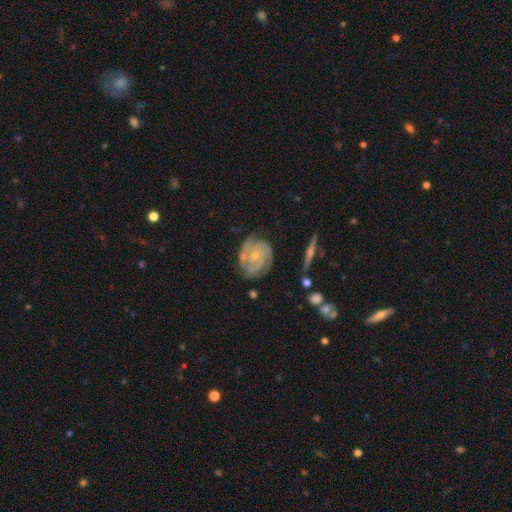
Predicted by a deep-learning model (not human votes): Q: Smooth or featured?
A: featured or disk (87%); runner-up: smooth (7%)
Q: Edge-on disk?
A: no (97%); runner-up: yes (3%)
Q: Bar?
A: no (73%); runner-up: weak (22%)
Q: Spiral arms?
A: yes (97%); runner-up: no (3%)
Q: Spiral winding?
A: tight (68%); runner-up: medium (28%)
Q: Spiral arm count?
A: 3 (40%); runner-up: 2 (26%)
Q: Bulge size?
A: small (71%); runner-up: moderate (24%)
Q: Merging?
A: none (71%); runner-up: minor disturbance (20%)